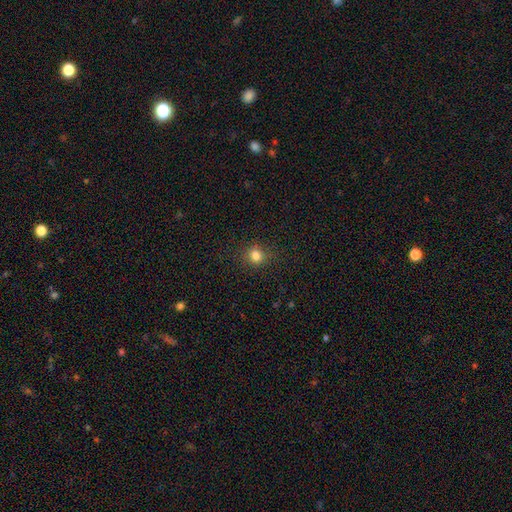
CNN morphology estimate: This appears to be a smooth galaxy with no disk features (79%) that is round (79%). Merging: none (86%).